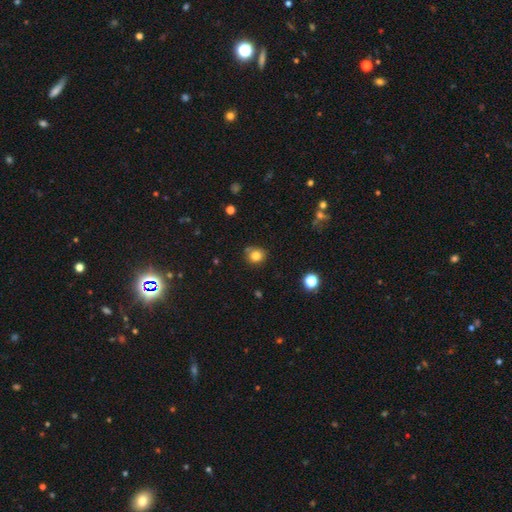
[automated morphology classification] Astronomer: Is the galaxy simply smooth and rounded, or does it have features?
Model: smooth — 81%.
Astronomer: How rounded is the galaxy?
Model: round — 83%.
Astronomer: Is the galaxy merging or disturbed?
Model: none — 77%.